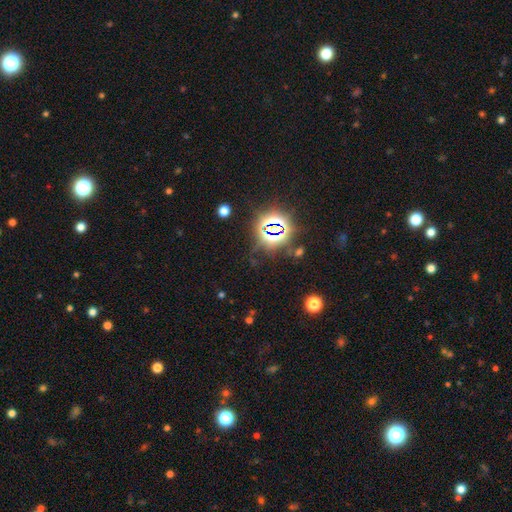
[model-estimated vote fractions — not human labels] A star or artifact, not a galaxy (78%).